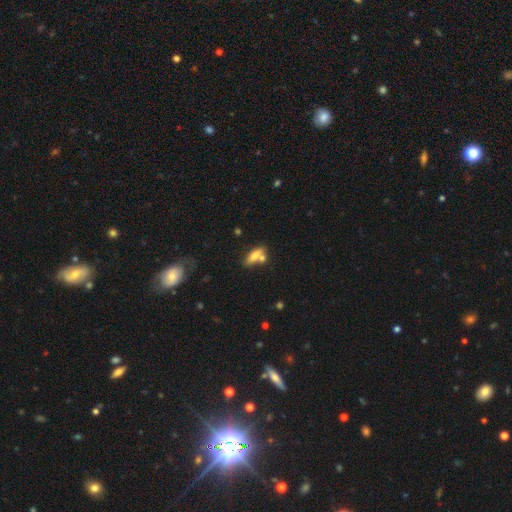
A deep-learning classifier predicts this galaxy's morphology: A smooth galaxy with no disk features (70%) that is in between round and cigar-shaped (65%).

Vote fractions:
- Smooth or featured? smooth: 70% / featured or disk: 21% / star or artifact: 9%
- How rounded? in between: 65% / cigar-shaped: 31% / round: 4%
- Merging? none: 52% / merger: 29% / minor disturbance: 14% / major disturbance: 5%